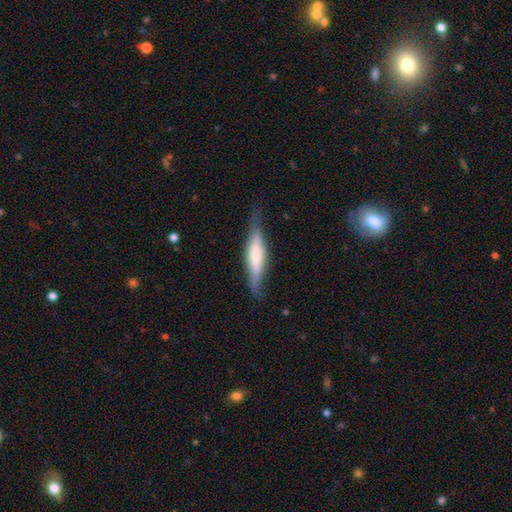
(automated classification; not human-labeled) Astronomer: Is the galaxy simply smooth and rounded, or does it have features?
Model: smooth — 47%, tied with featured or disk at 47%.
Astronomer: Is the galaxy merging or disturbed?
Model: none — 76%.